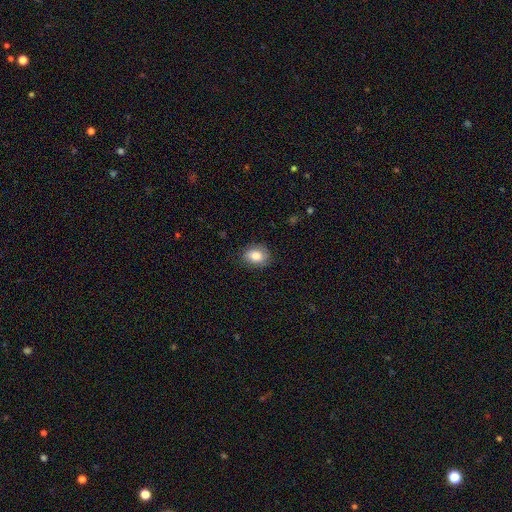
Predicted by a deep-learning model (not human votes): smooth-or-featured: smooth: 85% | star or artifact: 8% | featured or disk: 7%
  how-rounded: in between: 70% | round: 29% | cigar-shaped: 1%
  merging: none: 81% | minor disturbance: 14% | major disturbance: 3% | merger: 1%